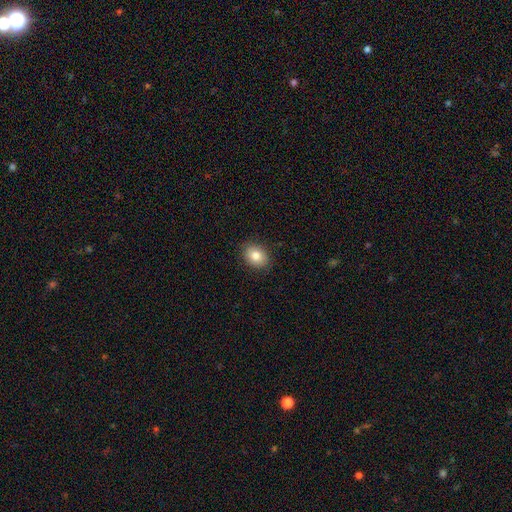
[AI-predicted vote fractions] Smooth or featured: smooth — 82% (featured or disk — 9%)
How rounded: in between — 59% (round — 40%)
Merging: none — 88% (minor disturbance — 9%)